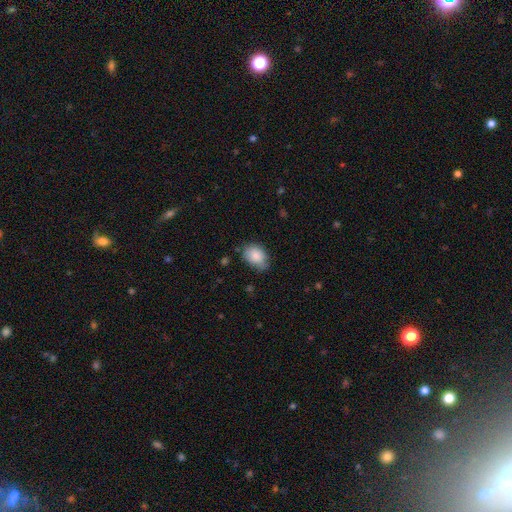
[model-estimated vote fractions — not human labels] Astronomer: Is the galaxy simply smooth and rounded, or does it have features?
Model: smooth — 87%.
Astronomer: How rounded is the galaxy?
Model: in between — 76%.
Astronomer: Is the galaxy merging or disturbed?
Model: none — 65%.